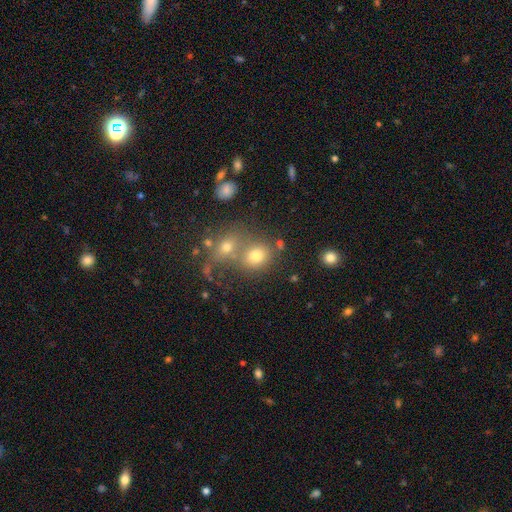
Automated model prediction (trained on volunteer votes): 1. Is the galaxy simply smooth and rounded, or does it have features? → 72% smooth, 17% star or artifact, 12% featured or disk.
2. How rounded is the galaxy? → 68% round, 31% in between, 1% cigar-shaped.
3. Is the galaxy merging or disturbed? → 48% none, 37% merger, 10% minor disturbance, 5% major disturbance.